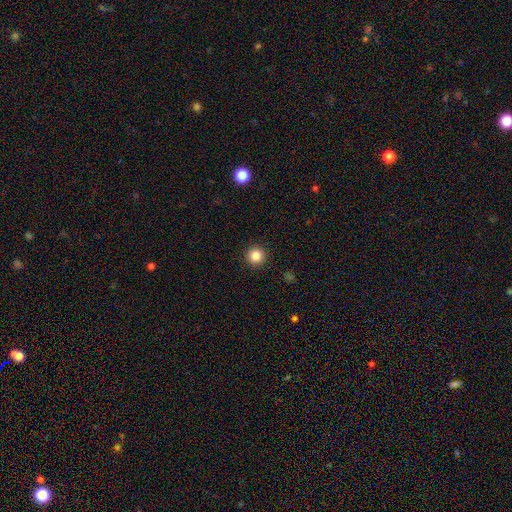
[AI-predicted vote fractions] Smooth or featured?
  - smooth: 85% *
  - star or artifact: 11%
  - featured or disk: 4%
How rounded?
  - round: 96% *
  - in between: 3%
  - cigar-shaped: 1%
Merging?
  - none: 93% *
  - minor disturbance: 4%
  - major disturbance: 2%
  - merger: 1%